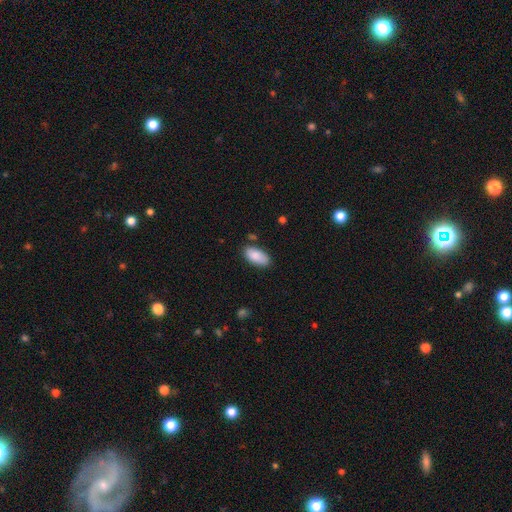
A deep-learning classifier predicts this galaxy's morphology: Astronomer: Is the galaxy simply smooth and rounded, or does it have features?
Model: smooth — 87%.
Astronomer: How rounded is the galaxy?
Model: in between — 93%.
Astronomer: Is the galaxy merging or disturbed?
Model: none — 76%.